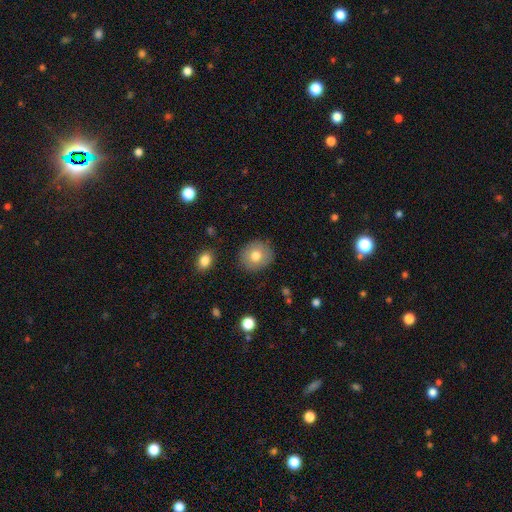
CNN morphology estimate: Smooth or featured?
  - smooth: 76% *
  - featured or disk: 15%
  - star or artifact: 9%
How rounded?
  - round: 78% *
  - in between: 21%
  - cigar-shaped: 1%
Merging?
  - none: 87% *
  - minor disturbance: 9%
  - major disturbance: 3%
  - merger: 1%